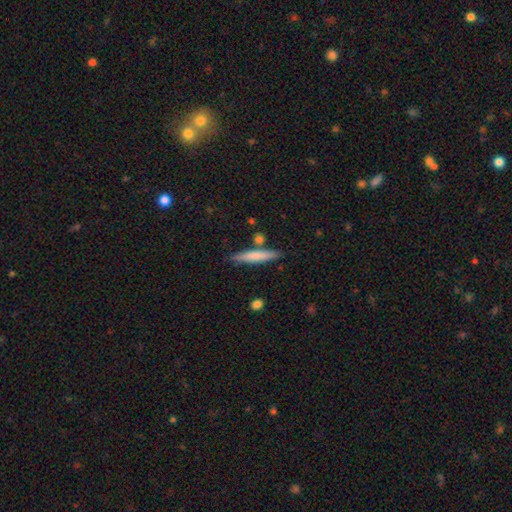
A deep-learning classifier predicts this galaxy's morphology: type=smooth (69%); roundness=cigar-shaped (92%); merging=none (80%).